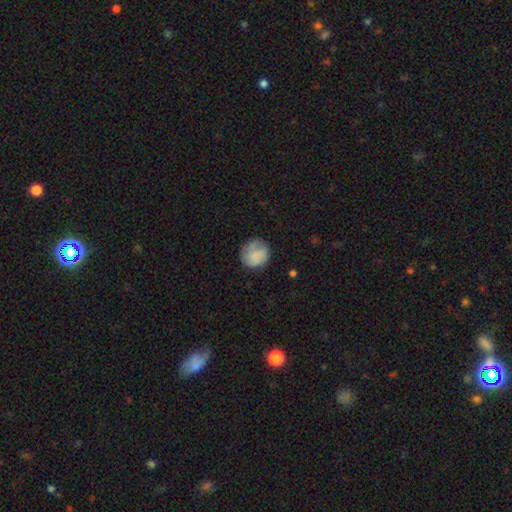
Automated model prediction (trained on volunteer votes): Morphology: type=smooth (75%); roundness=round (81%); merging=none (67%).